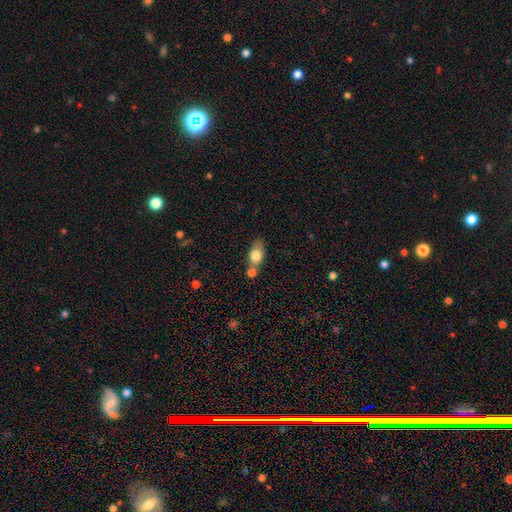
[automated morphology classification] Smooth or featured: smooth — 76% (featured or disk — 16%)
How rounded: in between — 78% (round — 15%)
Merging: none — 44% (merger — 36%)